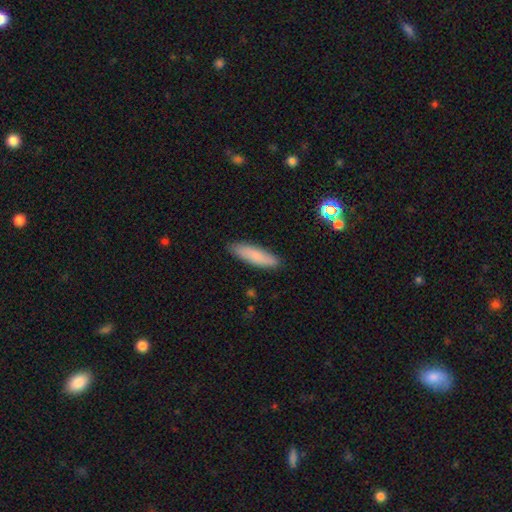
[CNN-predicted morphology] The model was most divided on "how rounded": cigar-shaped: 64%, in between: 34%, round: 2%. More confident: merging — none (87%); smooth or featured — smooth (81%).